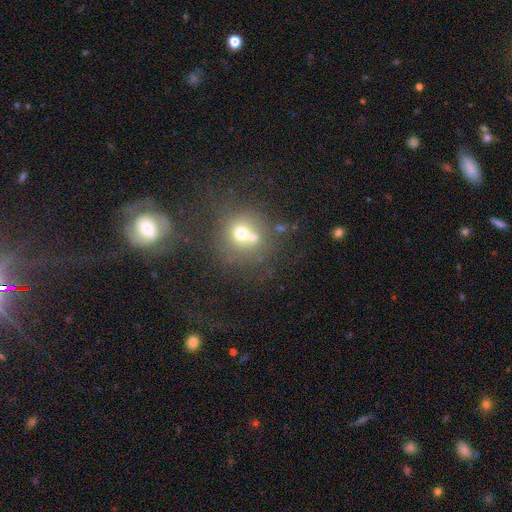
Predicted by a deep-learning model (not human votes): This appears to be a smooth galaxy with no disk features (52%) that is round (82%). Merging: merger (40%).